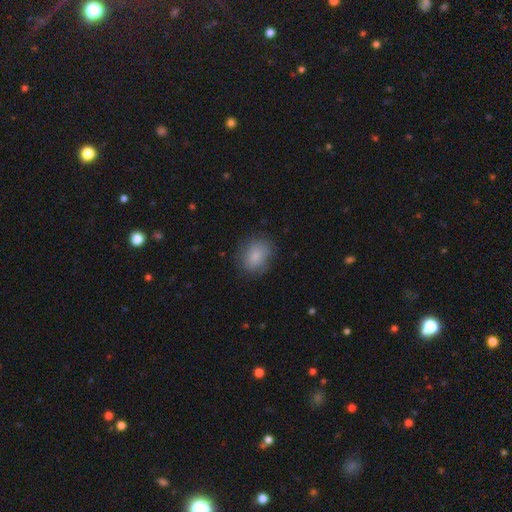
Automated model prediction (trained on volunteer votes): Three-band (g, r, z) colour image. It shows a smooth galaxy with no disk features (82%) that is round (59%). Merging: none (76%).